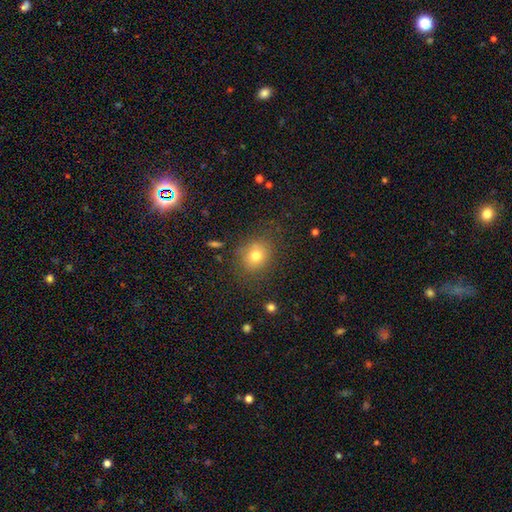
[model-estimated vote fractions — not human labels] Smooth or featured: smooth — 75% (star or artifact — 13%)
How rounded: round — 66% (in between — 33%)
Merging: none — 78% (minor disturbance — 14%)